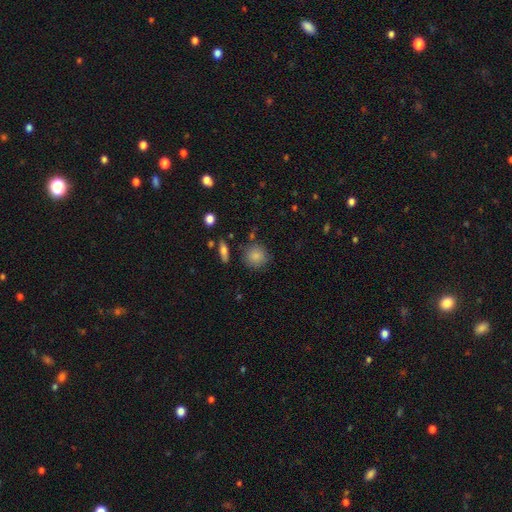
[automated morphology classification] Overall: smooth (84%). How rounded: round (89%). Merging: none (82%).